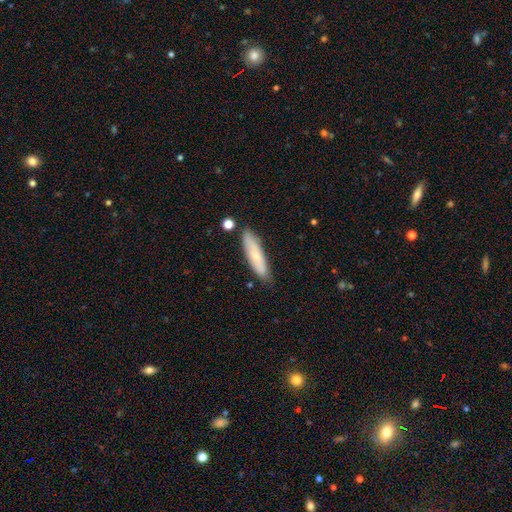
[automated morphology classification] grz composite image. It shows a smooth galaxy with no disk features (67%) that is cigar-shaped (75%). Merging: none (80%).